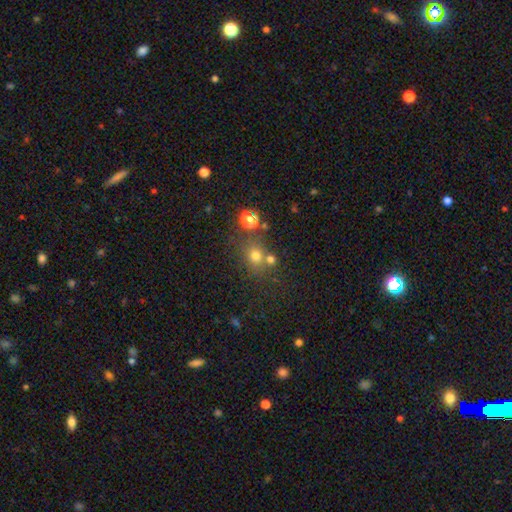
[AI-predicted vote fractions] Smooth or featured? smooth (69%)
How rounded? round (76%)
Merging? none (63%)